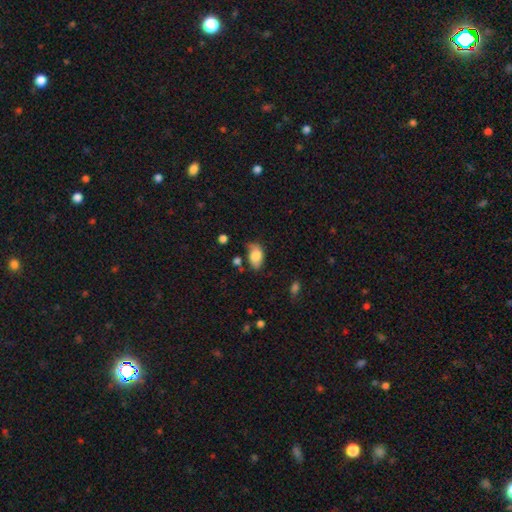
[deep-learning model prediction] A smooth galaxy with no disk features (76%) that is in between round and cigar-shaped (91%).

Vote fractions:
- Smooth or featured? smooth: 76% / featured or disk: 17% / star or artifact: 7%
- How rounded? in between: 91% / round: 8% / cigar-shaped: 2%
- Merging? none: 56% / minor disturbance: 30% / major disturbance: 9% / merger: 5%